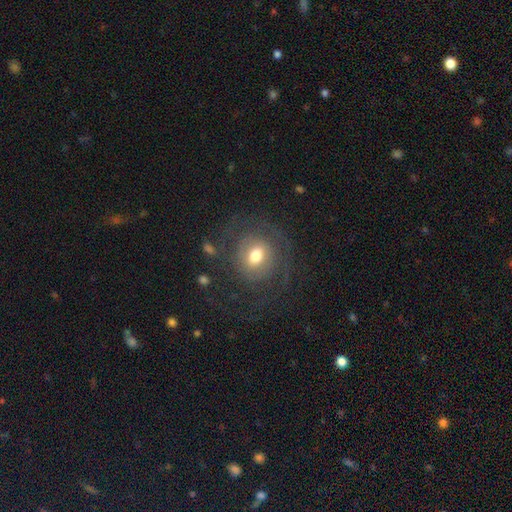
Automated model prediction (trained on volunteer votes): This is possibly a featured or disk galaxy (49%). Merging: likely none (65%).